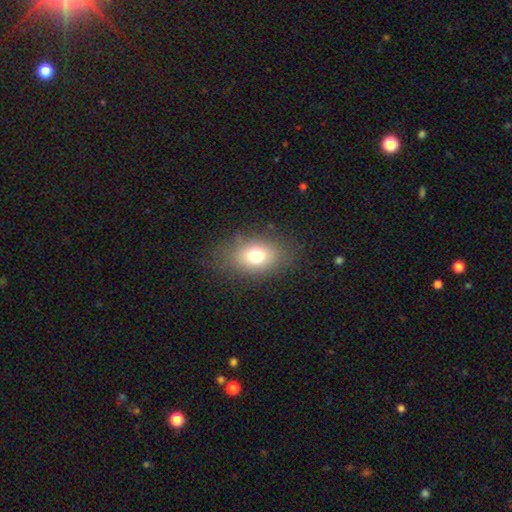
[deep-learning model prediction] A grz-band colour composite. It shows a smooth galaxy with no disk features (74%) that is in between round and cigar-shaped (75%). Merging: none (80%).